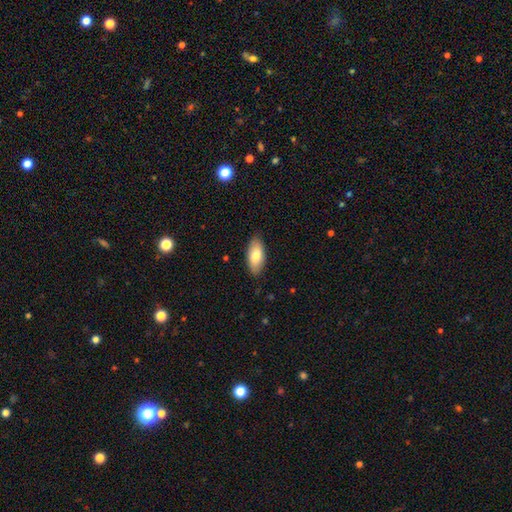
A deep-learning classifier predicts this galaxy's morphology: Smooth or featured? Predicted: smooth (p=0.78). How rounded? Predicted: in between (p=0.90). Merging? Predicted: none (p=0.86).